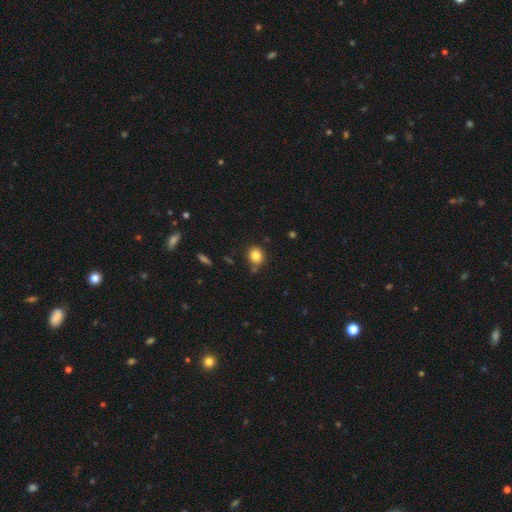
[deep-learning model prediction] smooth 83%, star or artifact 11%, featured or disk 6%. Down the decision tree: how rounded — round (77%); merging — none (77%).